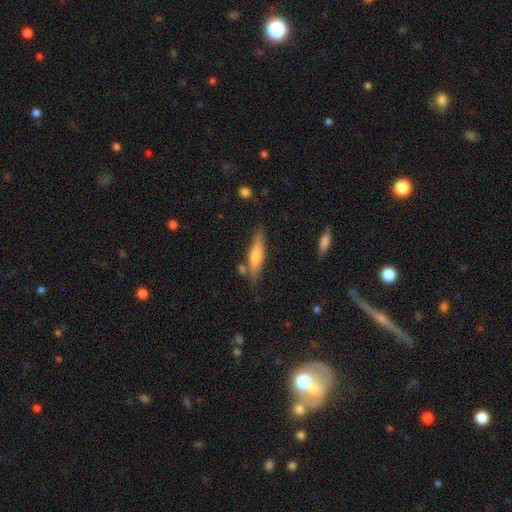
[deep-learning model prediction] A smooth galaxy with no disk features (57%) that is cigar-shaped (77%). Merging: none (77%).